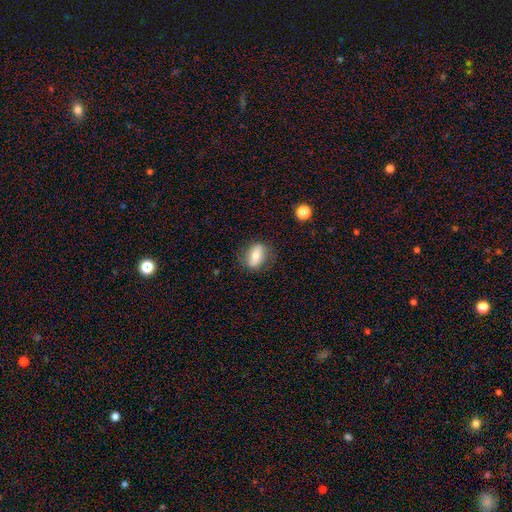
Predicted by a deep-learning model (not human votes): smooth_or_featured: smooth (p=0.68) [alt: featured or disk p=0.24]
how_rounded: in between (p=0.75) [alt: round p=0.13]
merging: none (p=0.78) [alt: minor disturbance p=0.15]